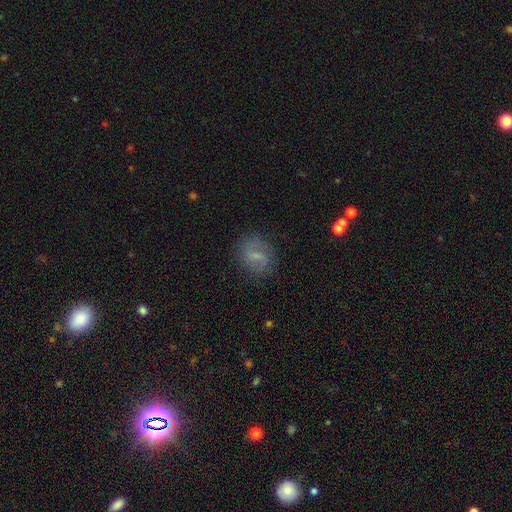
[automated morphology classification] Smooth or featured: featured or disk — 45% (tied with smooth — 45%)
Merging: none — 79% (minor disturbance — 14%)